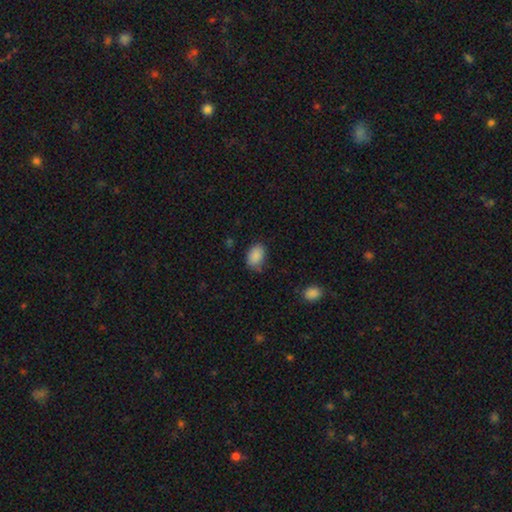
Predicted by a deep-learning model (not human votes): Morphology: type=smooth (88%); roundness=in between (83%); merging=none (74%).